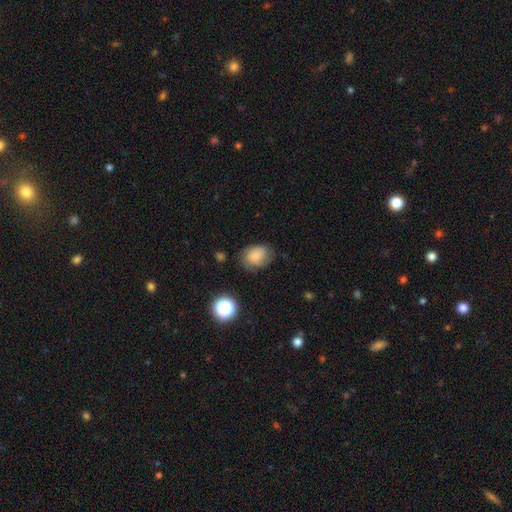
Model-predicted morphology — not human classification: Q: Smooth or featured?
A: smooth (56%); runner-up: featured or disk (33%)
Q: How rounded?
A: in between (59%); runner-up: round (40%)
Q: Merging?
A: none (64%); runner-up: minor disturbance (25%)